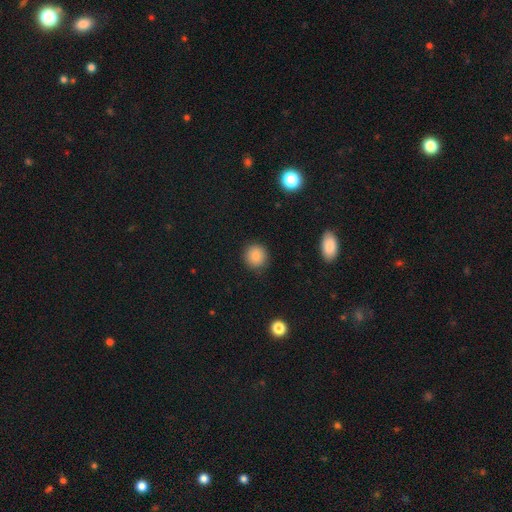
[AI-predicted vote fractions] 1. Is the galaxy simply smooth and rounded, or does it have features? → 84% smooth, 10% star or artifact, 6% featured or disk.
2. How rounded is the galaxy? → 92% round, 7% in between, 1% cigar-shaped.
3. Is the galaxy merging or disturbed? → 89% none, 7% minor disturbance, 2% major disturbance, 1% merger.